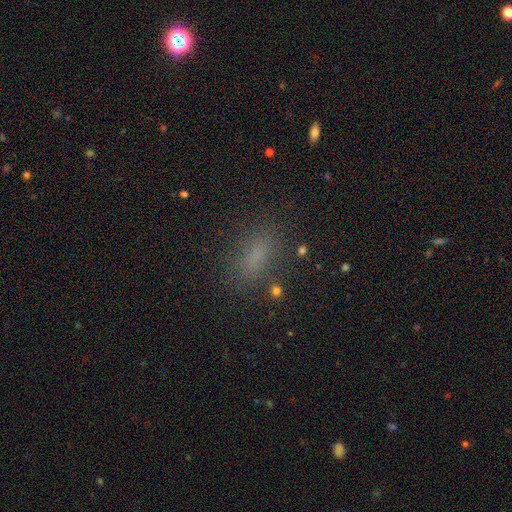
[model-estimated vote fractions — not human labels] Q: Smooth or featured?
A: smooth (75%); runner-up: star or artifact (18%)
Q: How rounded?
A: in between (77%); runner-up: cigar-shaped (14%)
Q: Merging?
A: none (81%); runner-up: minor disturbance (12%)